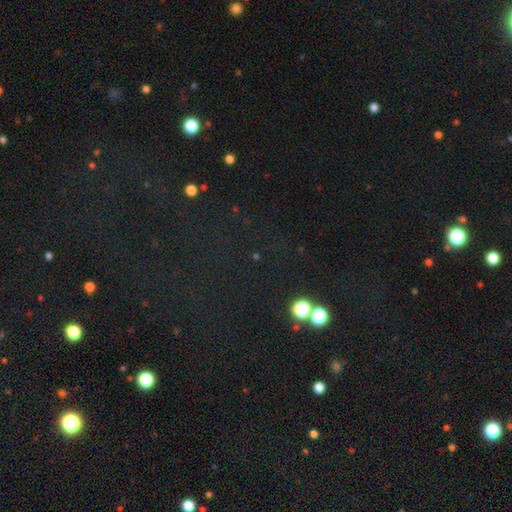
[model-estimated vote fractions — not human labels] Overall: star or artifact (72%).